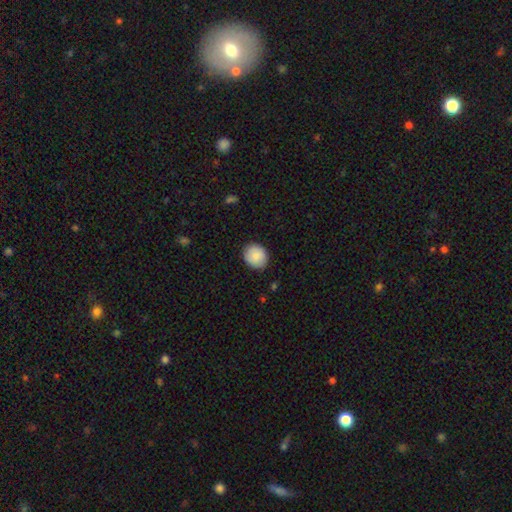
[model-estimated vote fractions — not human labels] Smooth or featured? smooth (87%)
How rounded? round (74%)
Merging? none (87%)